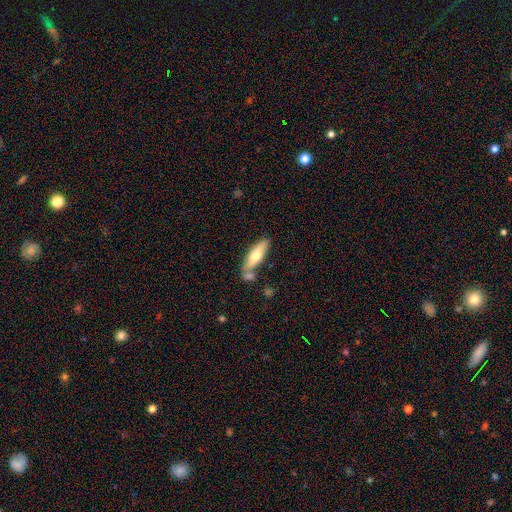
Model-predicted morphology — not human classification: smooth-or-featured: smooth: 60% | featured or disk: 34% | star or artifact: 5%
  how-rounded: cigar-shaped: 50% | in between: 48% | round: 2%
  merging: none: 63% | merger: 18% | minor disturbance: 15% | major disturbance: 4%